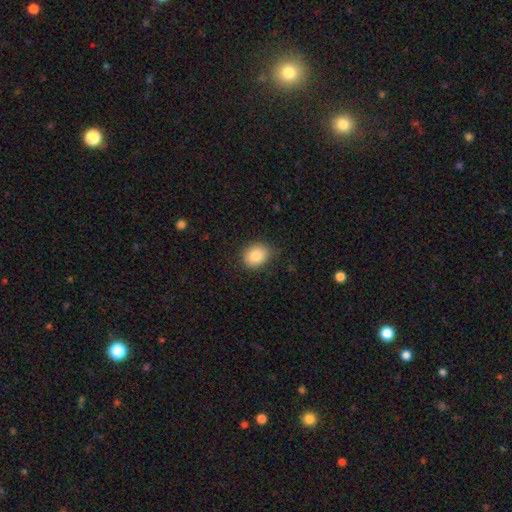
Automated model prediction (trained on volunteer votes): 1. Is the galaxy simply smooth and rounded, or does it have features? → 87% smooth, 8% star or artifact, 5% featured or disk.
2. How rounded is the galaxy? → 52% in between, 47% round, 1% cigar-shaped.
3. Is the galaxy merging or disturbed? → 81% none, 15% minor disturbance, 3% major disturbance, 1% merger.